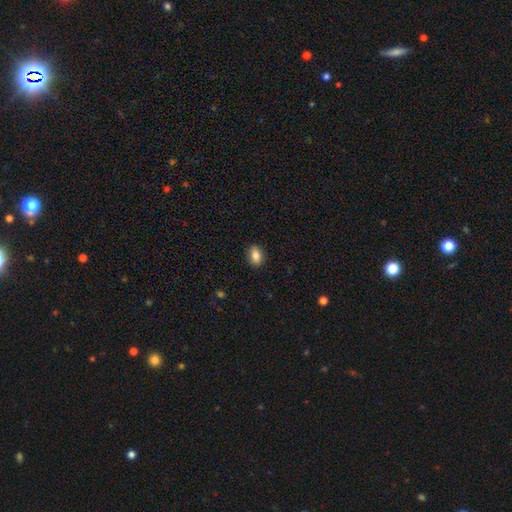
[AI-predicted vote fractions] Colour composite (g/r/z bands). It shows a smooth galaxy with no disk features (83%) that is in between round and cigar-shaped (79%). Merging: none (89%).